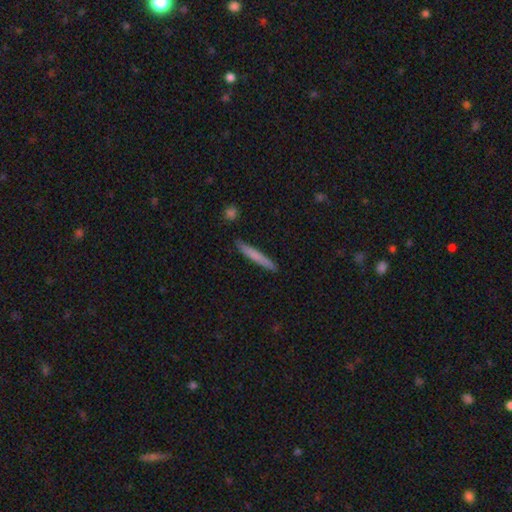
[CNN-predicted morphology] Smooth or featured? Predicted: smooth (p=0.71). How rounded? Predicted: cigar-shaped (p=0.96). Merging? Predicted: none (p=0.89).